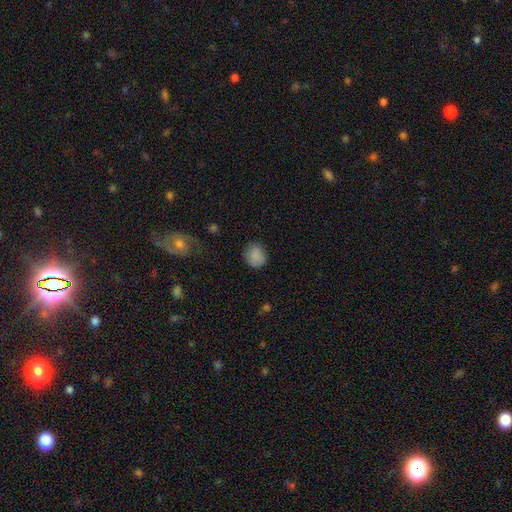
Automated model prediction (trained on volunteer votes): Smooth or featured? smooth (86%)
How rounded? round (78%)
Merging? none (80%)